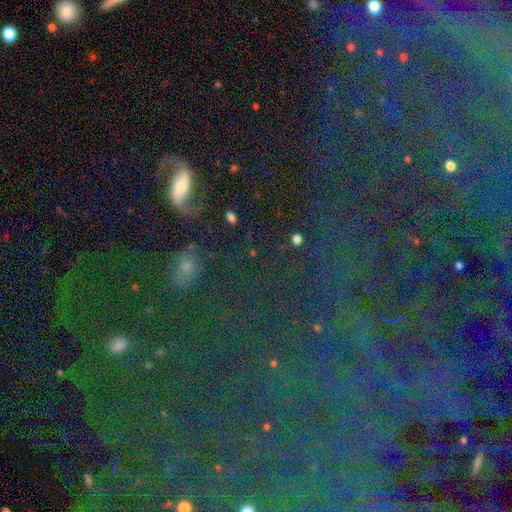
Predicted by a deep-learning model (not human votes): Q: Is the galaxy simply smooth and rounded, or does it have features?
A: star or artifact — 46%.